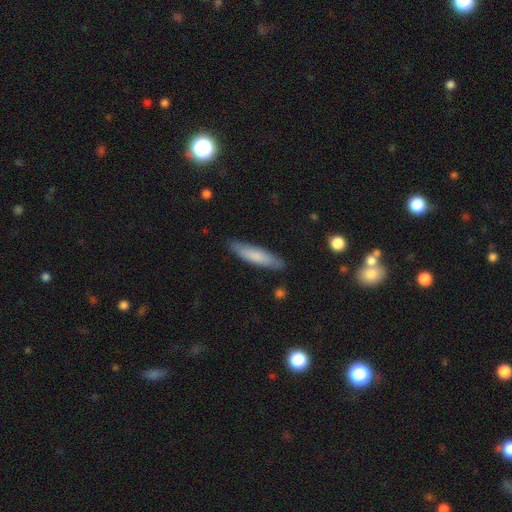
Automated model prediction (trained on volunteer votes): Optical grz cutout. It shows a smooth galaxy with no disk features (77%) that is cigar-shaped (79%). Merging: none (86%).